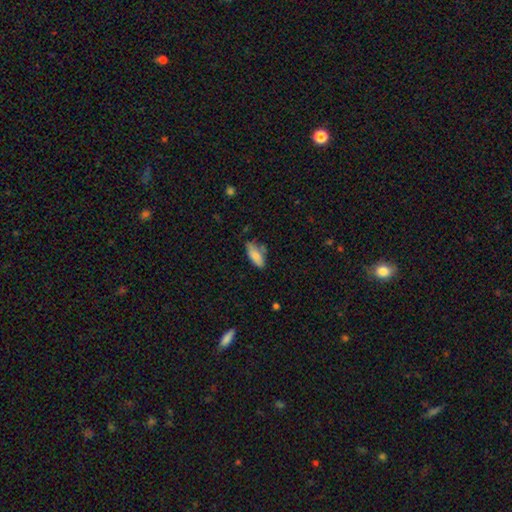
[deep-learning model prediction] A smooth galaxy with no disk features (81%) that is in between round and cigar-shaped (80%). Merging: none (57%).